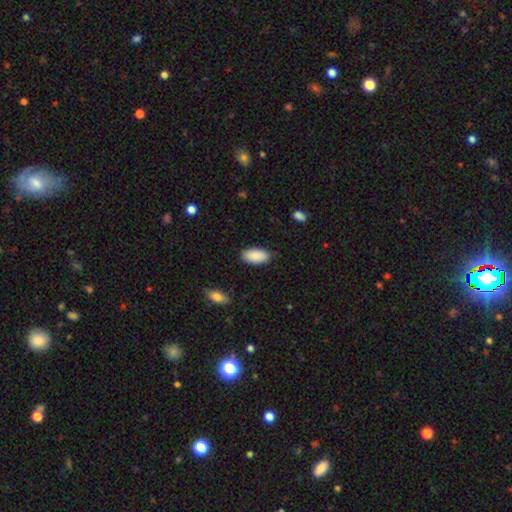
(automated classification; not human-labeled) This is clearly a smooth galaxy (90%). How rounded: clearly in between (94%). Merging: clearly none (87%).